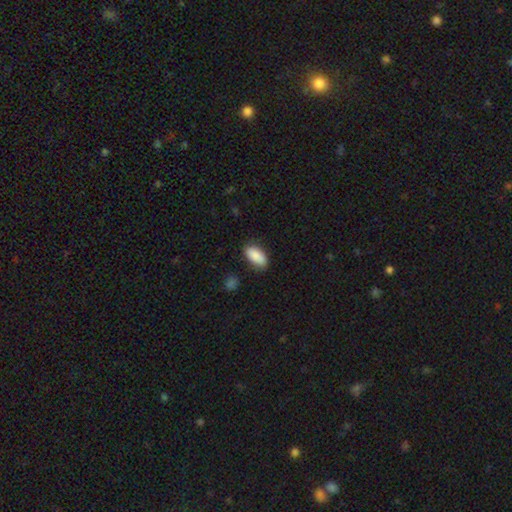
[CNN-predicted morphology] Smooth or featured? Predicted: smooth (p=0.88). How rounded? Predicted: in between (p=0.90). Merging? Predicted: none (p=0.80).